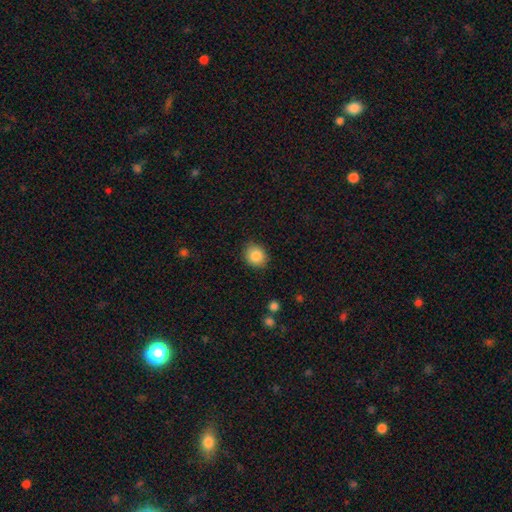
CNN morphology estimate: Smooth or featured?
  - smooth: 86% *
  - star or artifact: 9%
  - featured or disk: 5%
How rounded?
  - round: 68% *
  - in between: 31%
  - cigar-shaped: 1%
Merging?
  - none: 86% *
  - minor disturbance: 11%
  - major disturbance: 2%
  - merger: 1%